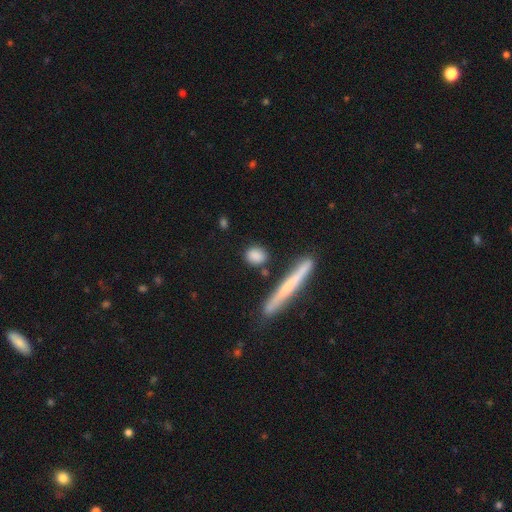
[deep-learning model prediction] A smooth galaxy with no disk features (85%) that is round (47%).

Vote fractions:
- Smooth or featured? smooth: 85% / featured or disk: 9% / star or artifact: 7%
- How rounded? round: 47% / in between: 37% / cigar-shaped: 16%
- Merging? none: 80% / minor disturbance: 11% / merger: 5% / major disturbance: 4%